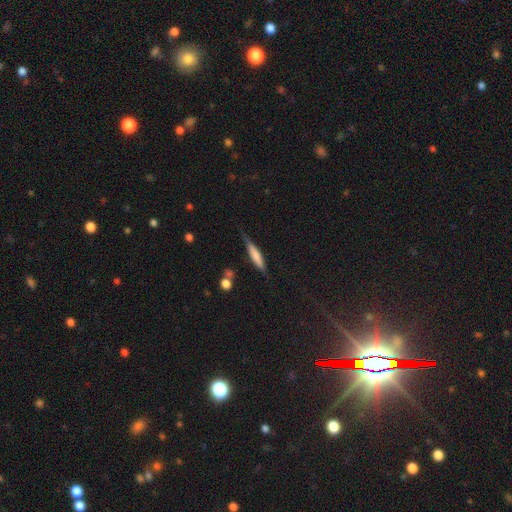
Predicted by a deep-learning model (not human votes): A smooth galaxy with no disk features (54%) that is cigar-shaped (87%).

Vote fractions:
- Smooth or featured? smooth: 54% / featured or disk: 39% / star or artifact: 7%
- How rounded? cigar-shaped: 87% / in between: 11% / round: 2%
- Merging? none: 71% / minor disturbance: 20% / major disturbance: 5% / merger: 4%